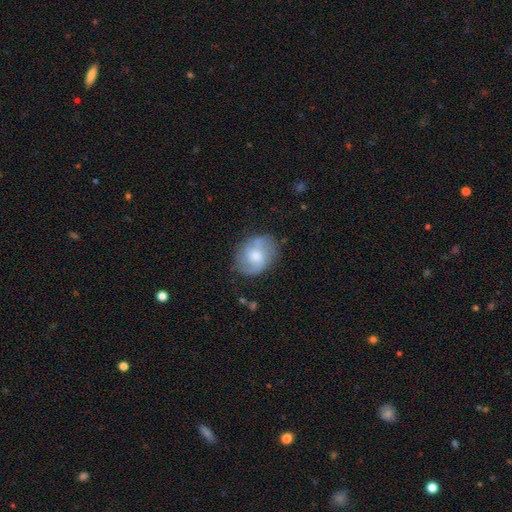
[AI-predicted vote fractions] Overall: featured or disk (56%; smooth 37%). Edge-on disk: no (97%). Bar: no (56%; weak 37%). Spiral arms: yes (83%). Bulge size: moderate (57%; small 26%). Merging: none (71%).